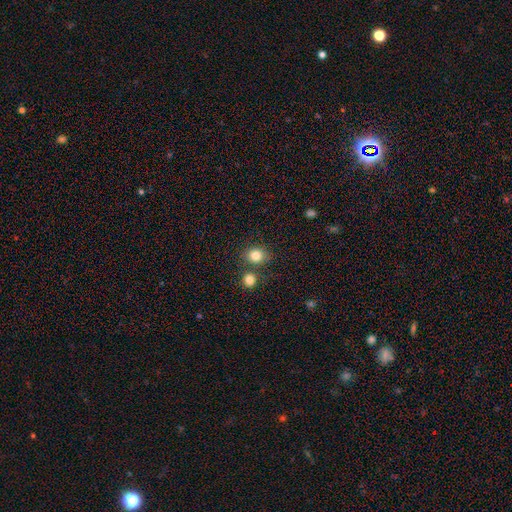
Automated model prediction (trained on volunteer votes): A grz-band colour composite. It shows a smooth galaxy with no disk features (83%) that is round (70%). Merging: none (70%).